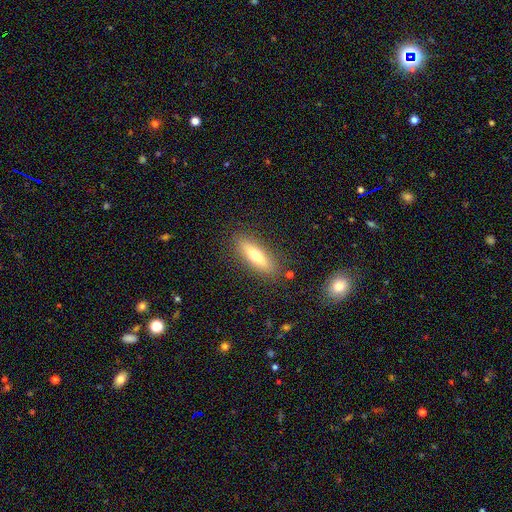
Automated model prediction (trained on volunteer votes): smooth-or-featured: smooth: 61% | featured or disk: 32% | star or artifact: 7%
  how-rounded: cigar-shaped: 54% | in between: 44% | round: 2%
  merging: none: 85% | minor disturbance: 10% | major disturbance: 3% | merger: 2%